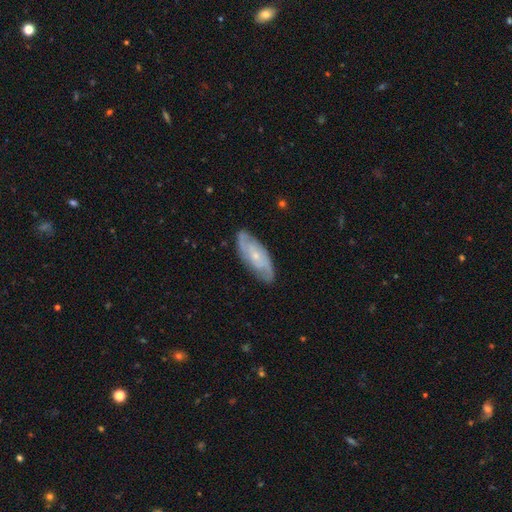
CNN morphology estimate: smooth_or_featured: featured or disk (p=0.73) [alt: smooth p=0.21]
disk_edge_on: no (p=0.89) [alt: yes p=0.11]
bar: no (p=0.68) [alt: weak p=0.26]
has_spiral_arms: yes (p=0.91) [alt: no p=0.09]
spiral_winding: tight (p=0.44) [alt: medium p=0.41]
spiral_arm_count: 2 (p=0.55) [alt: can't tell p=0.24]
bulge_size: small (p=0.73) [alt: moderate p=0.23]
merging: none (p=0.81) [alt: minor disturbance p=0.15]